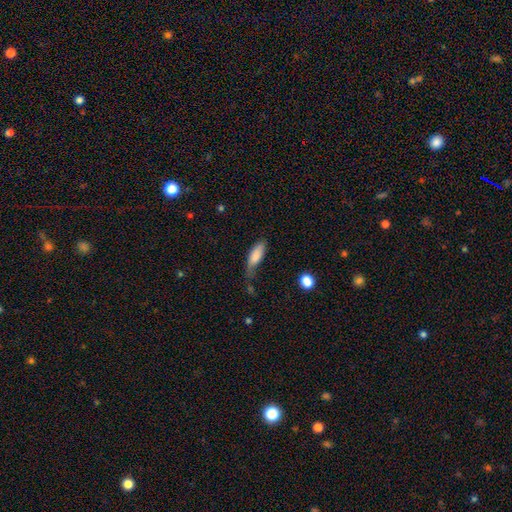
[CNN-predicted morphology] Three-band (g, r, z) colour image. It shows a smooth galaxy with no disk features (83%) that is in between round and cigar-shaped (69%). Merging: none (39%).